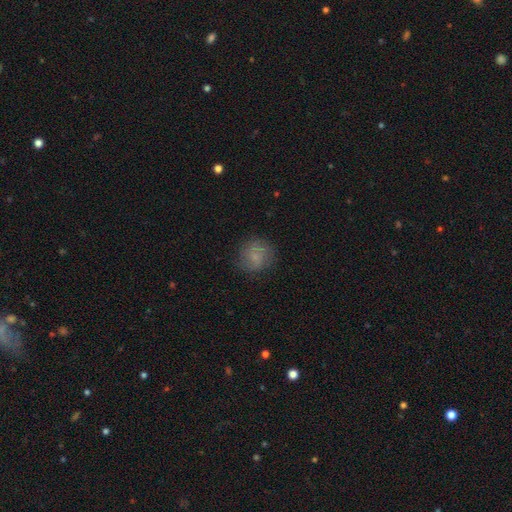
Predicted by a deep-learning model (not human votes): Q: Smooth or featured?
A: smooth (67%); runner-up: featured or disk (23%)
Q: How rounded?
A: round (88%); runner-up: in between (11%)
Q: Merging?
A: none (78%); runner-up: minor disturbance (15%)